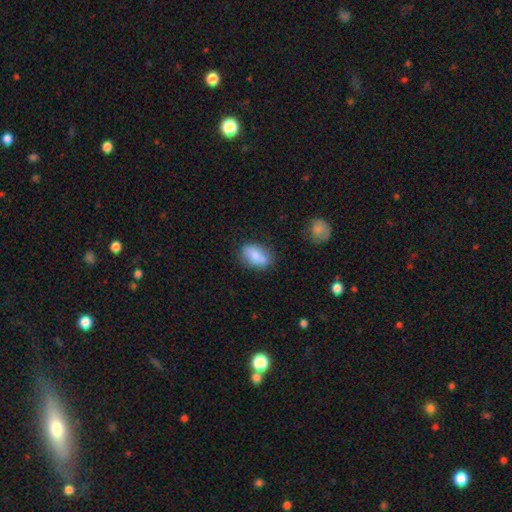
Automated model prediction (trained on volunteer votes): smooth-or-featured: smooth: 78% | featured or disk: 15% | star or artifact: 7%
  how-rounded: in between: 87% | round: 9% | cigar-shaped: 4%
  merging: none: 66% | minor disturbance: 22% | merger: 7% | major disturbance: 6%